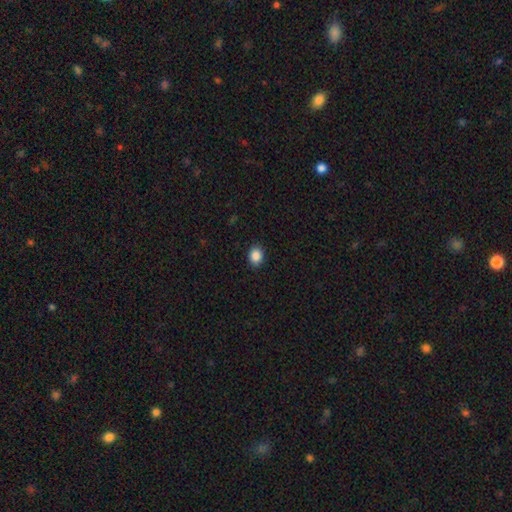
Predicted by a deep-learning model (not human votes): Morphology: type=smooth (88%); roundness=round (50%); merging=none (90%).